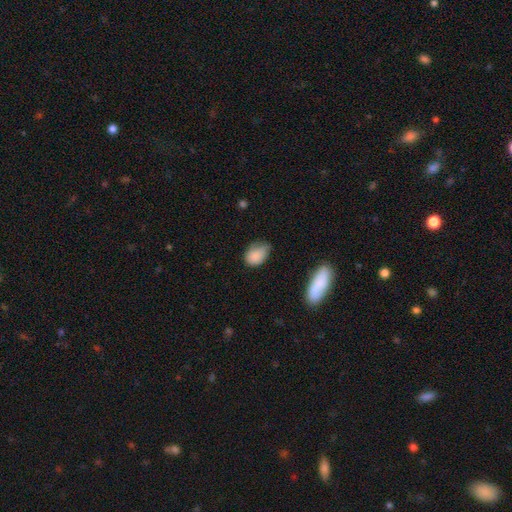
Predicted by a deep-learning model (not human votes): Overall: smooth (84%). How rounded: in between (81%). Merging: none (45%; minor disturbance 42%).